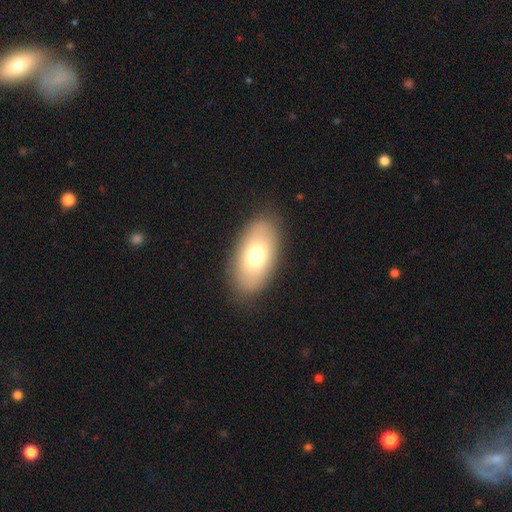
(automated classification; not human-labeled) Morphology: type=smooth (72%); roundness=in between (93%); merging=none (86%).